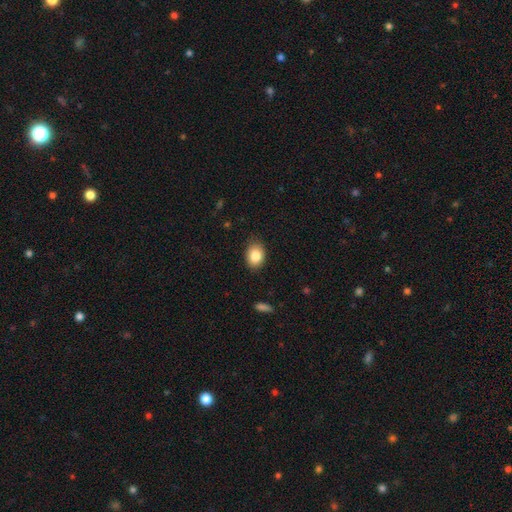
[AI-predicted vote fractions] A smooth galaxy with no disk features (85%) that is in between round and cigar-shaped (74%).

Vote fractions:
- Smooth or featured? smooth: 85% / star or artifact: 8% / featured or disk: 7%
- How rounded? in between: 74% / round: 25% / cigar-shaped: 1%
- Merging? none: 83% / minor disturbance: 14% / major disturbance: 2% / merger: 1%